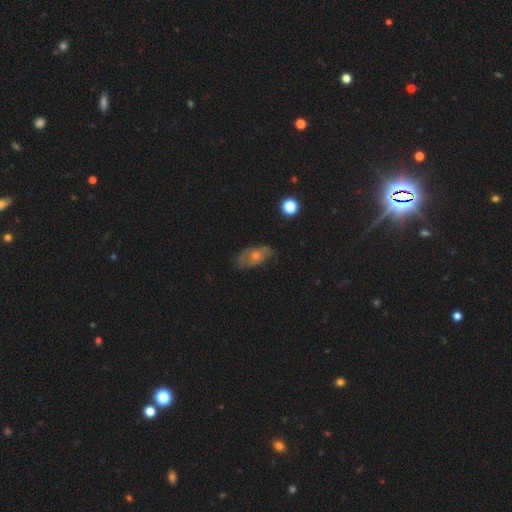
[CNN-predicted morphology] type=smooth (43%); merging=none (72%).